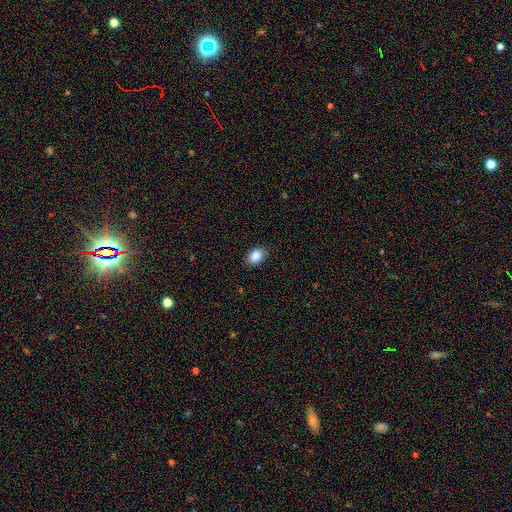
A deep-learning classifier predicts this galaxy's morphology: Smooth or featured? smooth (87%)
How rounded? in between (82%)
Merging? none (88%)